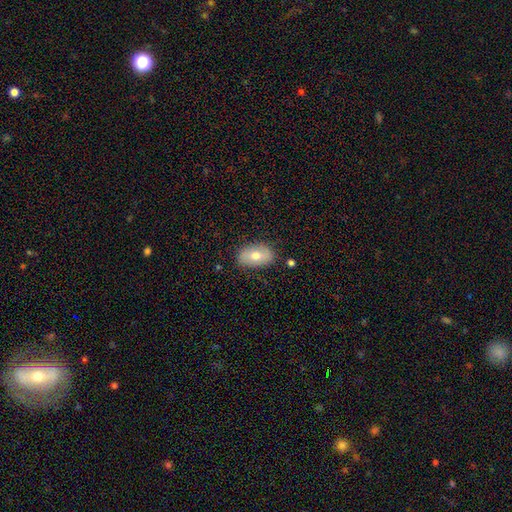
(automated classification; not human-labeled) smooth_or_featured: smooth (p=0.71) [alt: featured or disk p=0.22]
how_rounded: in between (p=0.91) [alt: round p=0.08]
merging: none (p=0.81) [alt: minor disturbance p=0.14]